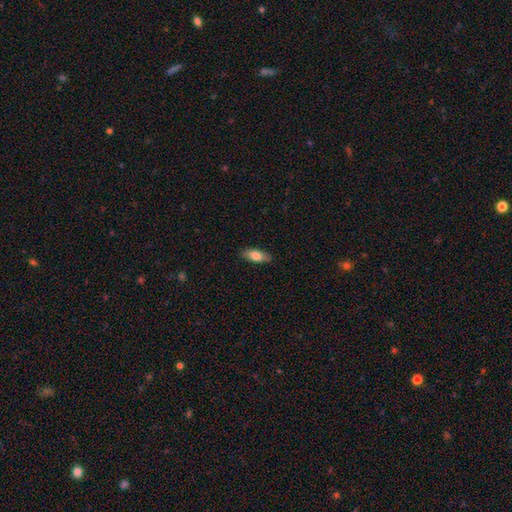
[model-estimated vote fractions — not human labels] A smooth galaxy with no disk features (79%) that is in between round and cigar-shaped (77%).

Vote fractions:
- Smooth or featured? smooth: 79% / featured or disk: 15% / star or artifact: 6%
- How rounded? in between: 77% / cigar-shaped: 21% / round: 2%
- Merging? none: 87% / minor disturbance: 10% / major disturbance: 2% / merger: 1%